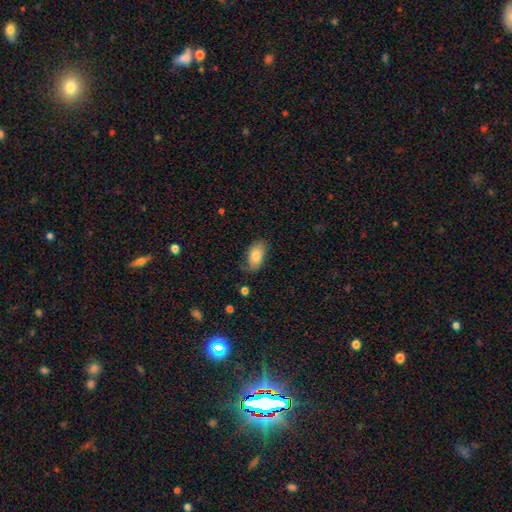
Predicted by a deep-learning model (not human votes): A smooth galaxy with no disk features (78%) that is in between round and cigar-shaped (94%). Merging: none (69%).